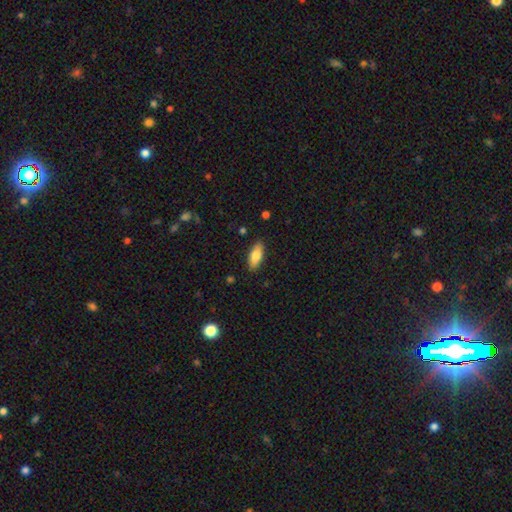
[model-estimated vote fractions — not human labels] smooth_or_featured: smooth (p=0.77) [alt: featured or disk p=0.16]
how_rounded: in between (p=0.76) [alt: cigar-shaped p=0.21]
merging: none (p=0.87) [alt: minor disturbance p=0.09]